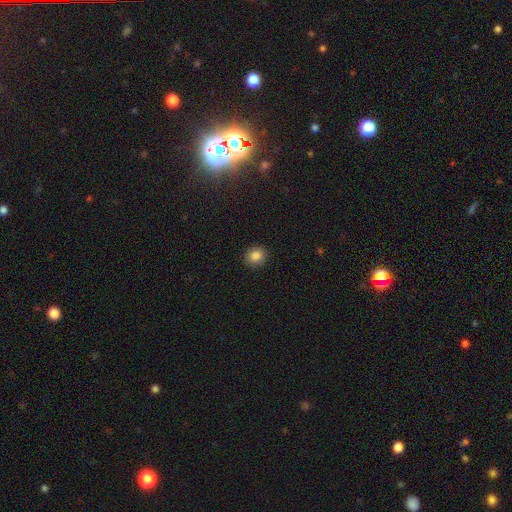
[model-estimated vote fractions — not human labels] This appears to be a smooth galaxy with no disk features (85%) that is round (79%). Merging: none (91%).